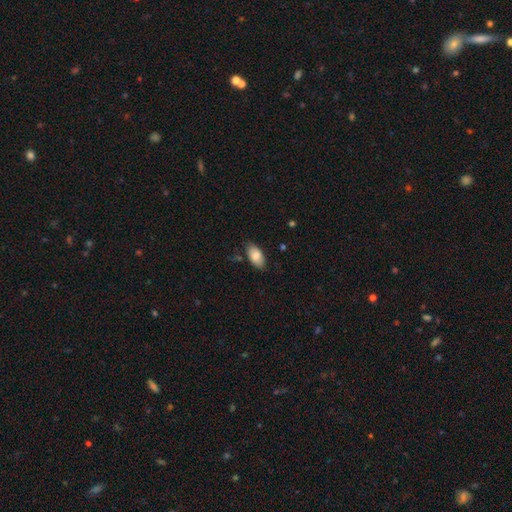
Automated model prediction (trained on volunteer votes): Smooth or featured? Predicted: smooth (p=0.81). How rounded? Predicted: in between (p=0.95). Merging? Predicted: none (p=0.80).